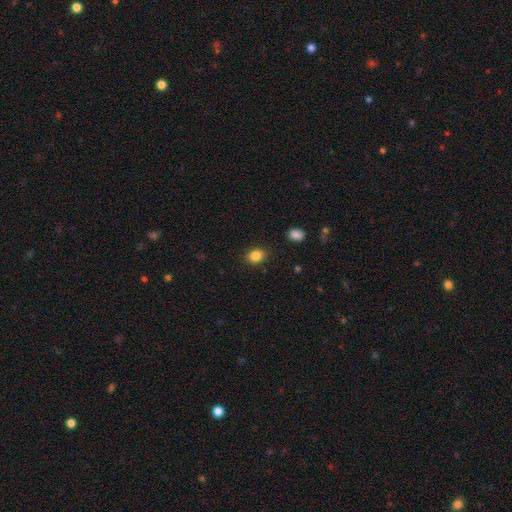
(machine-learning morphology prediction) type=smooth (85%); roundness=round (58%); merging=none (87%).